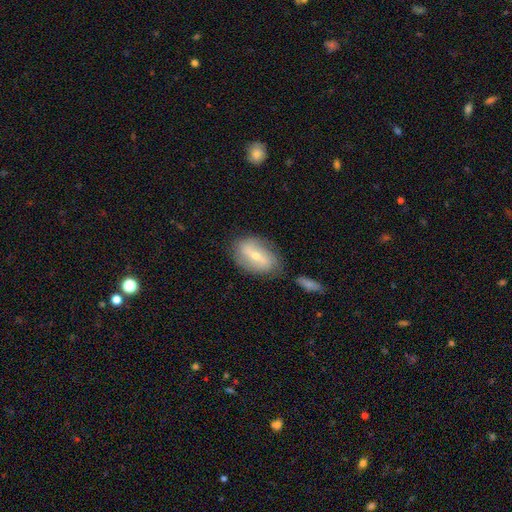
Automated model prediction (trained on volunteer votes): smooth_or_featured: featured or disk (p=0.58) [alt: smooth p=0.35]
disk_edge_on: no (p=0.89) [alt: yes p=0.11]
bar: strong (p=0.38) [alt: weak p=0.37]
has_spiral_arms: yes (p=0.67) [alt: no p=0.33]
bulge_size: small (p=0.54) [alt: moderate p=0.42]
merging: none (p=0.69) [alt: minor disturbance p=0.17]